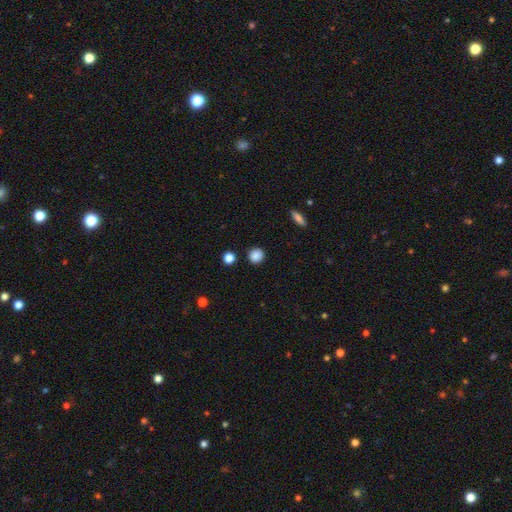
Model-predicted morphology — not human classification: smooth 87%, star or artifact 10%, featured or disk 3%. Down the decision tree: how rounded — round (91%); merging — none (90%).